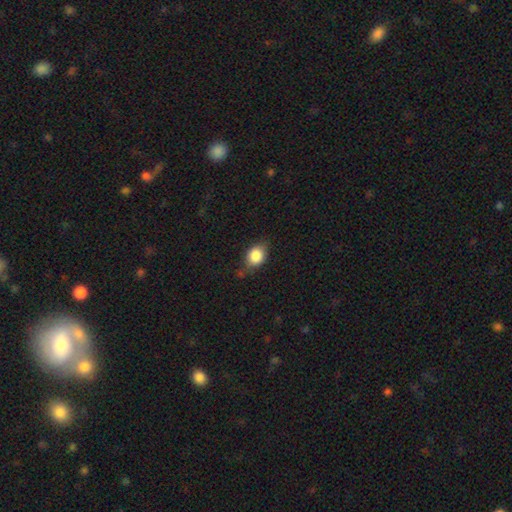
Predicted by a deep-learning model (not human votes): smooth-or-featured: smooth: 84% | star or artifact: 8% | featured or disk: 8%
  how-rounded: in between: 62% | round: 37% | cigar-shaped: 2%
  merging: none: 66% | minor disturbance: 25% | major disturbance: 6% | merger: 3%